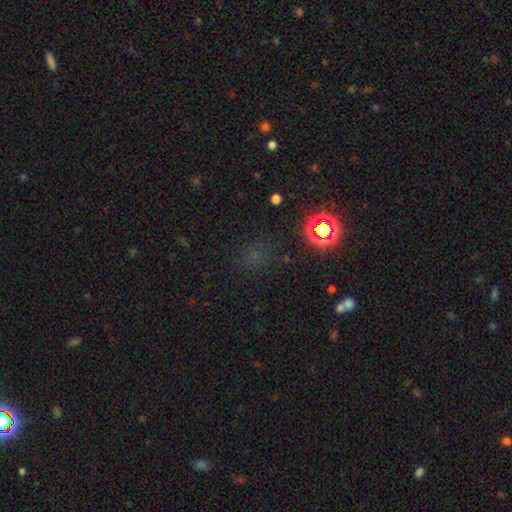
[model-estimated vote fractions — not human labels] Q: Smooth or featured?
A: star or artifact (49%); runner-up: smooth (44%)